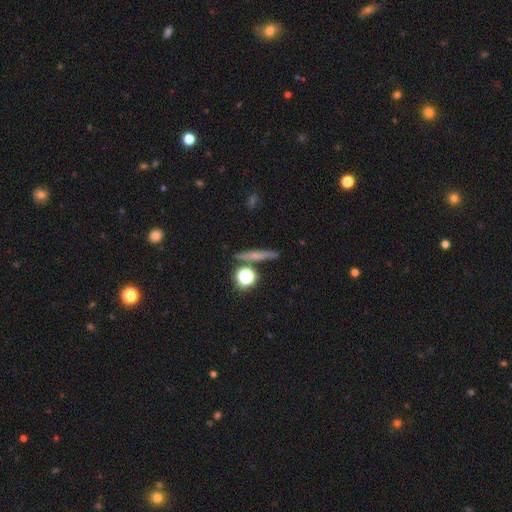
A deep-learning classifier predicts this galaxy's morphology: The model was most divided on "smooth or featured": smooth: 47%, featured or disk: 36%, star or artifact: 17%. More confident: merging — none (82%).